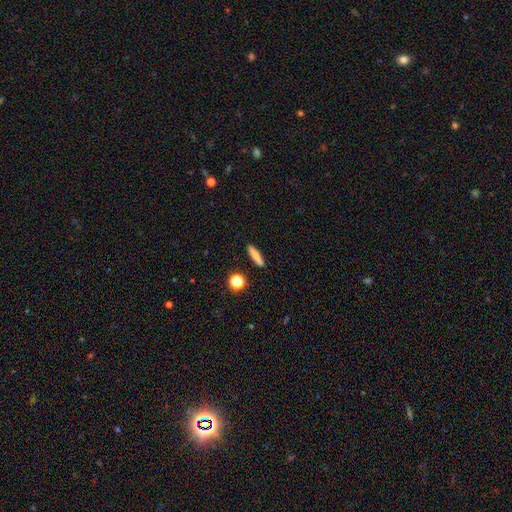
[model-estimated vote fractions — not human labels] This is likely a smooth galaxy (77%). How rounded: clearly cigar-shaped (82%). Merging: clearly none (90%).